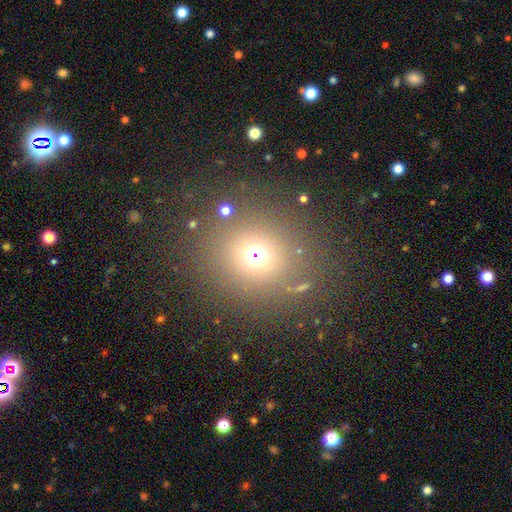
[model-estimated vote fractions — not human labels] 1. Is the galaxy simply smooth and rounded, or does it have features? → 62% smooth, 29% star or artifact, 9% featured or disk.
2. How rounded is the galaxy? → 82% round, 17% in between, 1% cigar-shaped.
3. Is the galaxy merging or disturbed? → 78% none, 9% minor disturbance, 7% merger, 6% major disturbance.